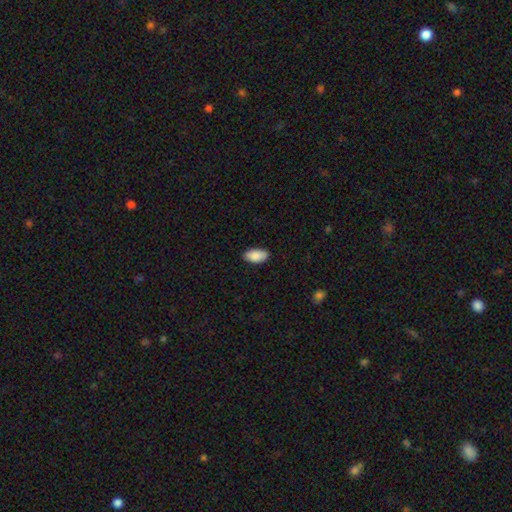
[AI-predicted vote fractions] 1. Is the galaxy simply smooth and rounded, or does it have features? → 88% smooth, 6% star or artifact, 5% featured or disk.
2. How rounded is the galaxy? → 94% in between, 3% cigar-shaped, 3% round.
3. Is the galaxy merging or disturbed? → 86% none, 11% minor disturbance, 2% major disturbance, 1% merger.